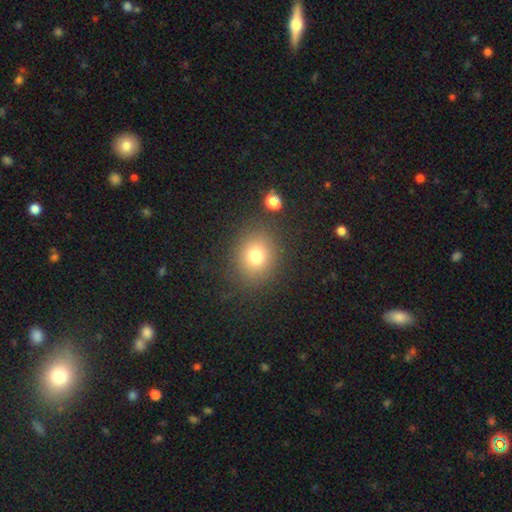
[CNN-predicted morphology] Smooth or featured: smooth — 76% (star or artifact — 14%)
How rounded: round — 67% (in between — 32%)
Merging: none — 83% (minor disturbance — 10%)